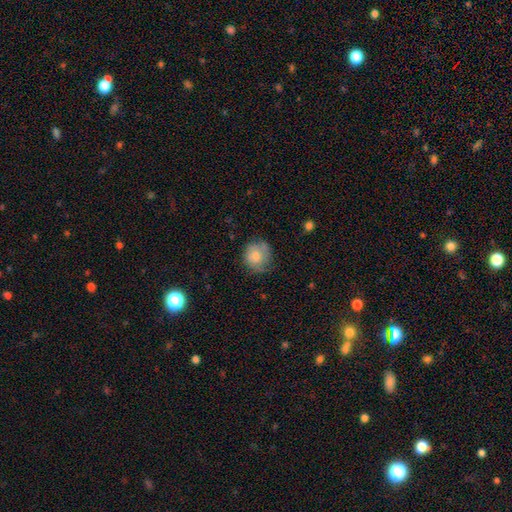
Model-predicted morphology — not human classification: This appears to be a smooth galaxy with no disk features (72%) that is round (85%). Merging: none (63%).